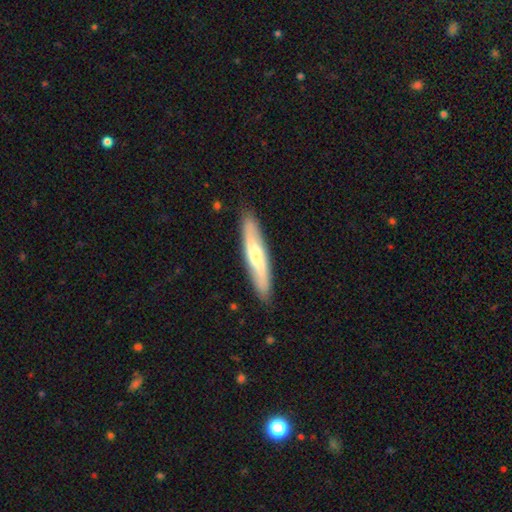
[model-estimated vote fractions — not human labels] A smooth galaxy with no disk features (50%). Merging: none (87%).